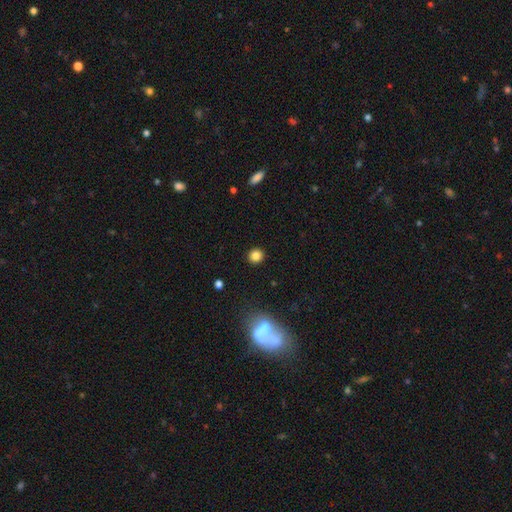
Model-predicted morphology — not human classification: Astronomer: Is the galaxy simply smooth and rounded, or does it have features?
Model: smooth — 83%.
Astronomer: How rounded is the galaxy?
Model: round — 89%.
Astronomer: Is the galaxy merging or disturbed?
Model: none — 92%.